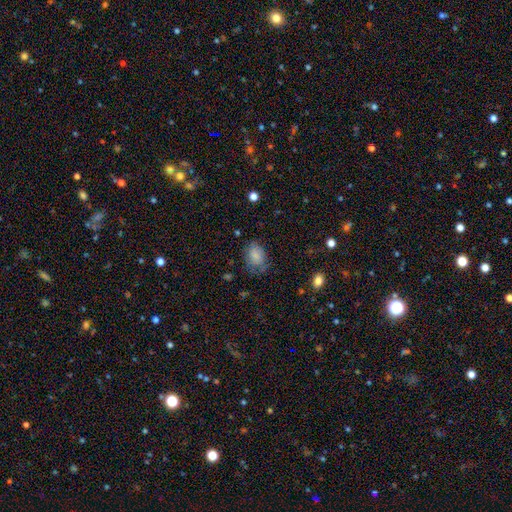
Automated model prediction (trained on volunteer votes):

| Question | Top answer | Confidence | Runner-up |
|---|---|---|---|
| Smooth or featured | smooth | 79% | featured or disk (12%) |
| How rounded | in between | 72% | round (27%) |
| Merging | none | 58% | minor disturbance (28%) |